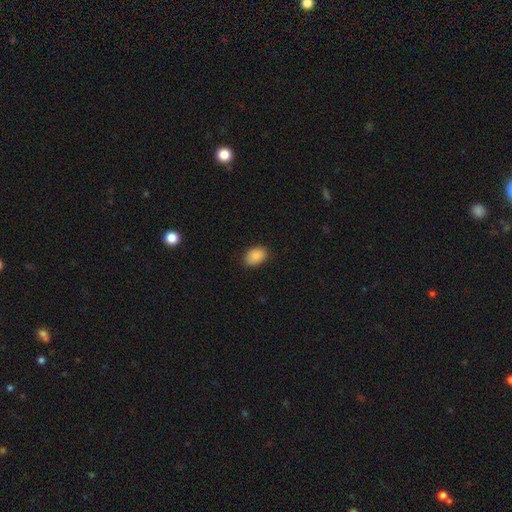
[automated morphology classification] Smooth or featured? Predicted: smooth (p=0.90). How rounded? Predicted: in between (p=0.83). Merging? Predicted: none (p=0.88).